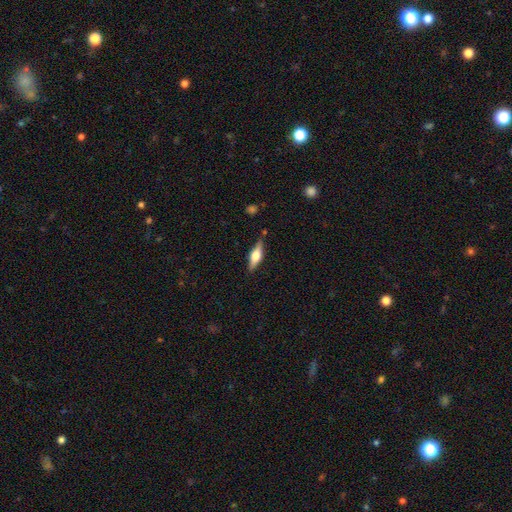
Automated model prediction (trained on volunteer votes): A featured or disk galaxy (59%) viewed edge-on (95%) with a rounded central bulge (91%). Merging: none (85%).